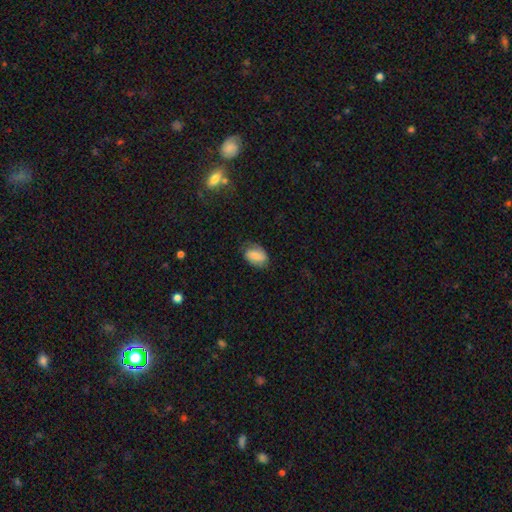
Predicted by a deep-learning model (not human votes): Smooth or featured?
  - smooth: 72% *
  - featured or disk: 20%
  - star or artifact: 8%
How rounded?
  - in between: 86% *
  - round: 12%
  - cigar-shaped: 2%
Merging?
  - none: 69% *
  - minor disturbance: 23%
  - major disturbance: 7%
  - merger: 1%